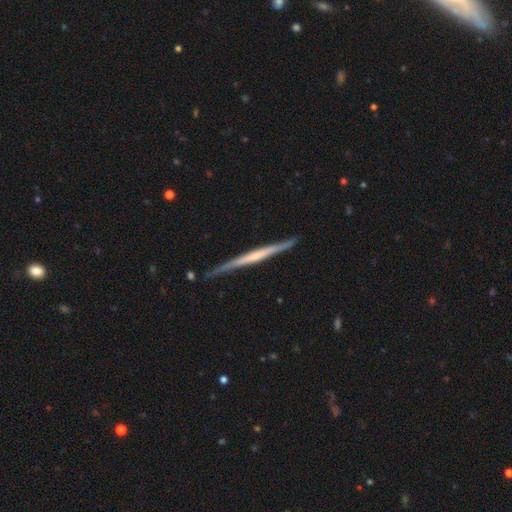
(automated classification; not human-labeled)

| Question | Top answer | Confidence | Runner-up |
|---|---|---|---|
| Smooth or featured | featured or disk | 69% | smooth (26%) |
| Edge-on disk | yes | 98% | no (2%) |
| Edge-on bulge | none | 64% | rounded (25%) |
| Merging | none | 85% | minor disturbance (12%) |